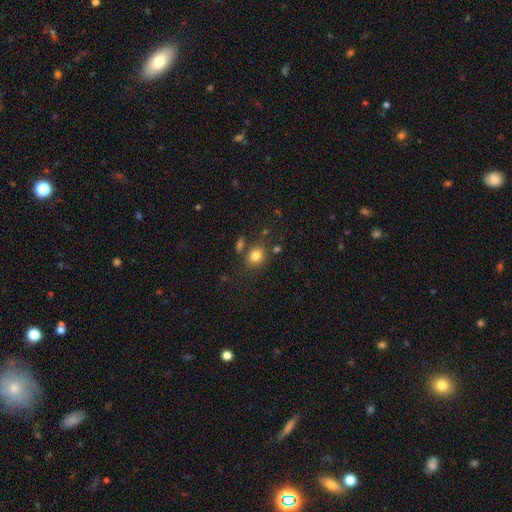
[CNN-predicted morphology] Smooth or featured? smooth (82%)
How rounded? round (61%)
Merging? none (73%)